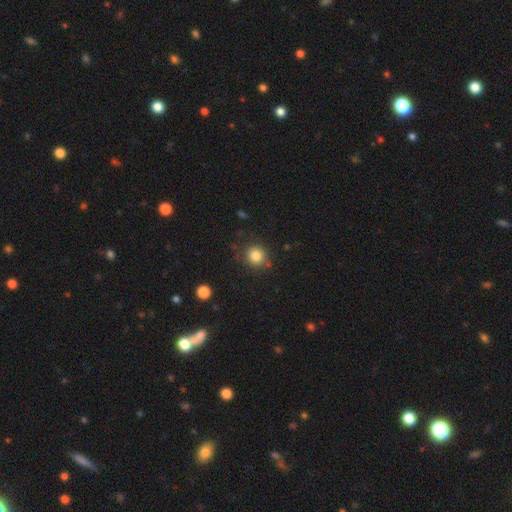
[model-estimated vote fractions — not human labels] Smooth or featured? smooth (82%)
How rounded? round (89%)
Merging? none (82%)